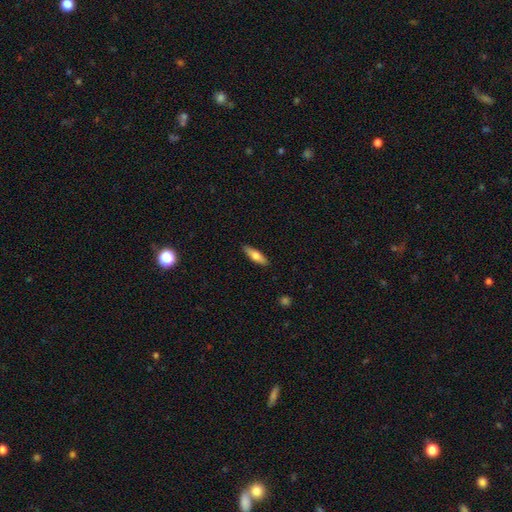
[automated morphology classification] Q: Smooth or featured?
A: smooth (65%); runner-up: featured or disk (29%)
Q: How rounded?
A: cigar-shaped (55%); runner-up: in between (43%)
Q: Merging?
A: none (89%); runner-up: minor disturbance (8%)